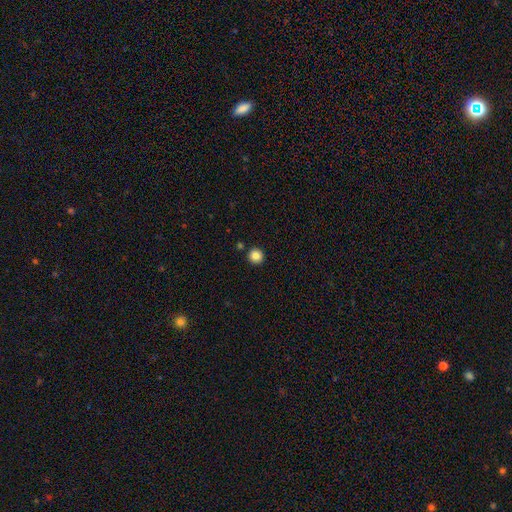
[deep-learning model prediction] The model was most divided on "smooth or featured": smooth: 84%, star or artifact: 11%, featured or disk: 5%. More confident: how rounded — round (96%); merging — none (91%).